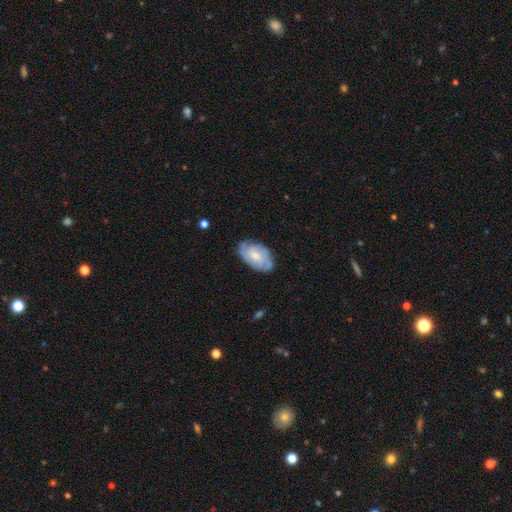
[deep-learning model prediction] Morphology: type=featured or disk (64%); edge-on=no (96%); bar=no (59%); spiral arms=yes (88%); winding=tight (56%); arm count=can't tell (37%); bulge=moderate (49%); merging=none (73%).